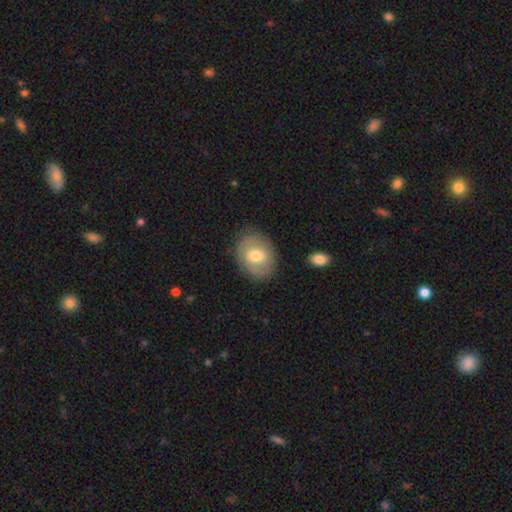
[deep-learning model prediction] Smooth or featured? smooth (63%)
How rounded? in between (66%)
Merging? none (79%)